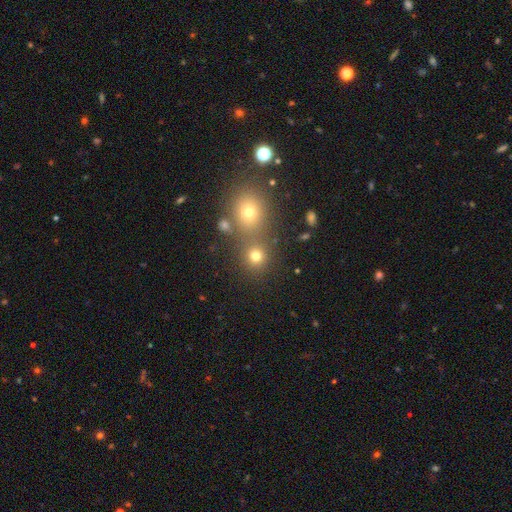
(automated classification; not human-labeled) This appears to be a smooth galaxy with no disk features (74%) that is round (86%). Merging: none (66%).